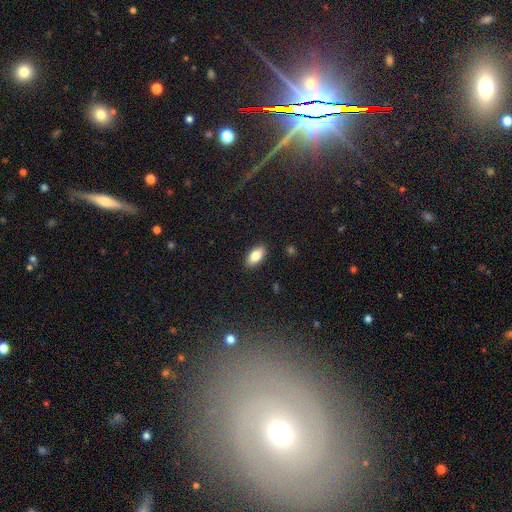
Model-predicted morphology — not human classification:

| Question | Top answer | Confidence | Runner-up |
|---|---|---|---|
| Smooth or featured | smooth | 83% | featured or disk (10%) |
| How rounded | in between | 91% | cigar-shaped (6%) |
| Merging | none | 89% | minor disturbance (8%) |